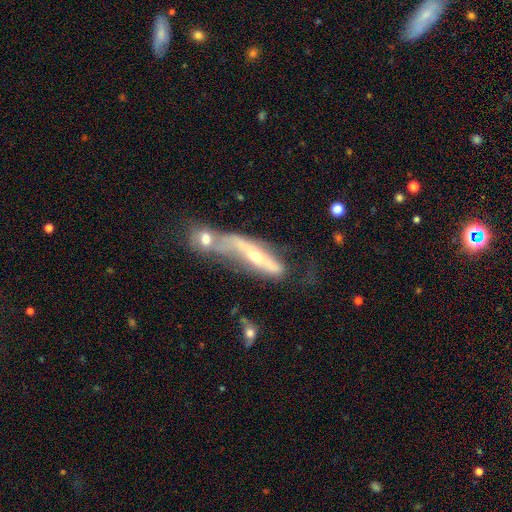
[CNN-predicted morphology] A featured or disk galaxy (67%) viewed edge-on (52%). Merging: merger (53%).